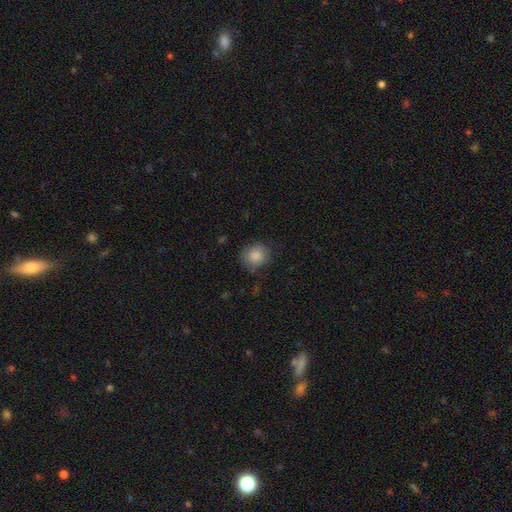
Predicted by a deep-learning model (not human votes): Smooth or featured?
  - smooth: 87% *
  - star or artifact: 8%
  - featured or disk: 5%
How rounded?
  - round: 77% *
  - in between: 23%
  - cigar-shaped: 1%
Merging?
  - none: 78% *
  - minor disturbance: 16%
  - major disturbance: 4%
  - merger: 1%